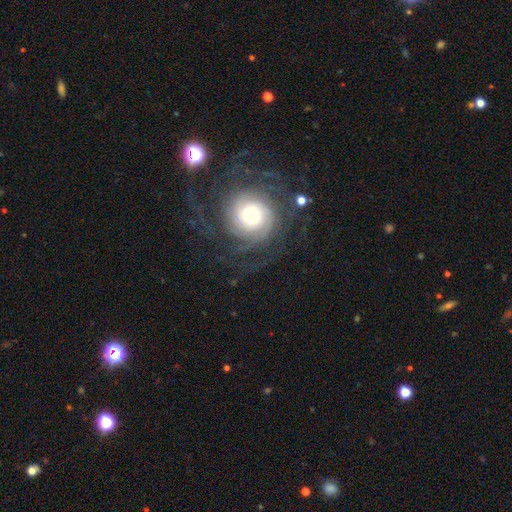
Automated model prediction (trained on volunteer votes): The model was most divided on "bulge size": large: 40%, moderate: 35%, small: 12%, dominant: 11%, none: 2%. Remaining: edge-on disk — no (97%); spiral arms — yes (91%); bar — no (78%); smooth or featured — featured or disk (72%); merging — none (71%); spiral winding — tight (55%); spiral arm count — can't tell (32%).